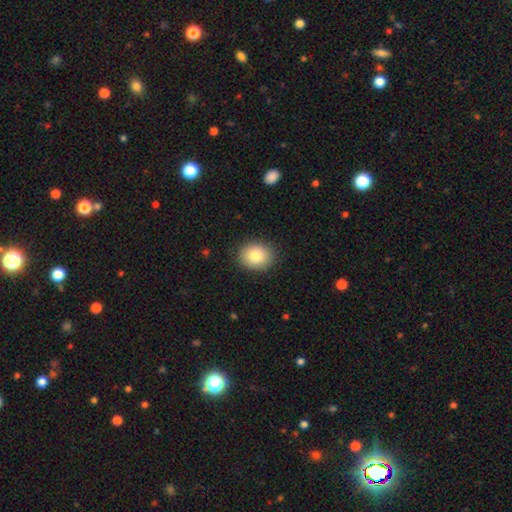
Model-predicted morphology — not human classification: Smooth or featured? smooth (83%)
How rounded? round (54%)
Merging? none (89%)